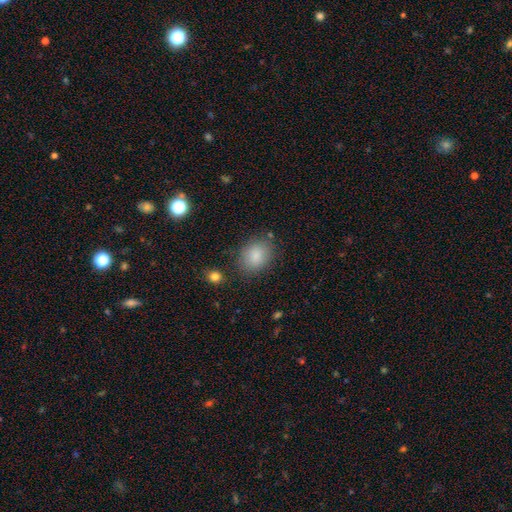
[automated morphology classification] The model was most divided on "how rounded": in between: 57%, round: 42%, cigar-shaped: 1%. More confident: smooth or featured — smooth (86%); merging — none (78%).